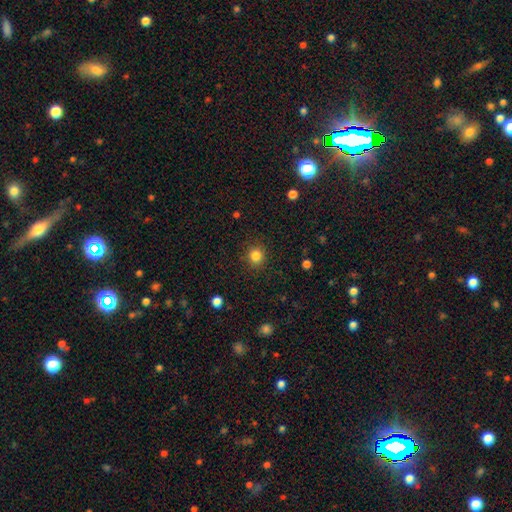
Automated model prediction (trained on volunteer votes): smooth-or-featured: smooth: 83% | star or artifact: 12% | featured or disk: 4%
  how-rounded: round: 90% | in between: 10% | cigar-shaped: 1%
  merging: none: 90% | minor disturbance: 7% | major disturbance: 3% | merger: 1%